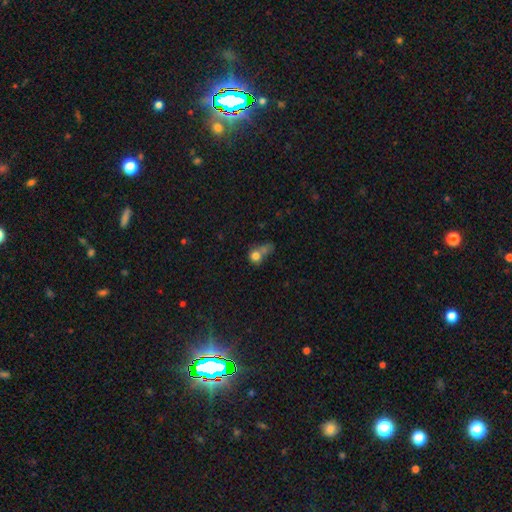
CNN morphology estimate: smooth 75%, star or artifact 13%, featured or disk 12%. Down the decision tree: how rounded — round (77%); merging — merger (44%).